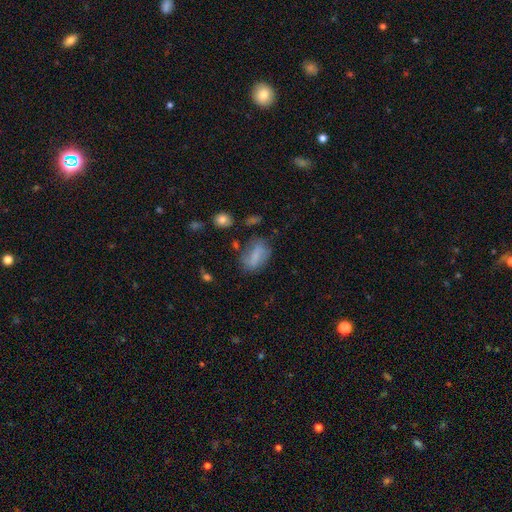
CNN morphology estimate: smooth_or_featured: smooth (p=0.69) [alt: featured or disk p=0.21]
how_rounded: in between (p=0.83) [alt: round p=0.12]
merging: none (p=0.59) [alt: minor disturbance p=0.24]